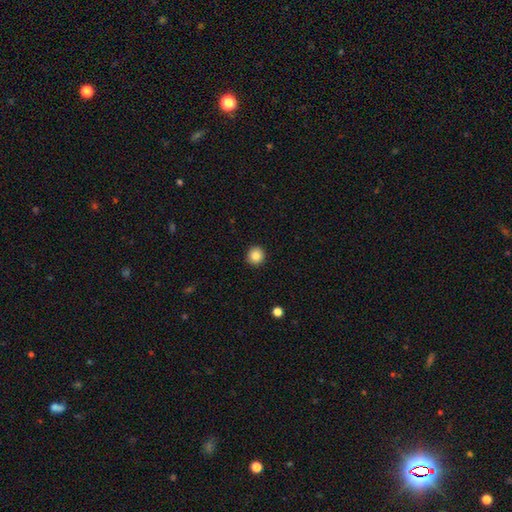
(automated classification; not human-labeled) This appears to be a smooth galaxy with no disk features (86%) that is round (94%). Merging: none (93%).